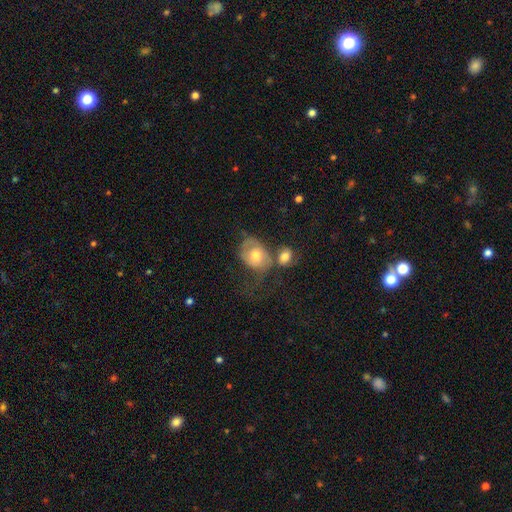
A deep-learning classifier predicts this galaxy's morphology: Smooth or featured?
  - smooth: 53% *
  - featured or disk: 39%
  - star or artifact: 8%
How rounded?
  - in between: 57% *
  - round: 42%
  - cigar-shaped: 1%
Merging?
  - merger: 38% *
  - major disturbance: 24%
  - none: 22%
  - minor disturbance: 16%